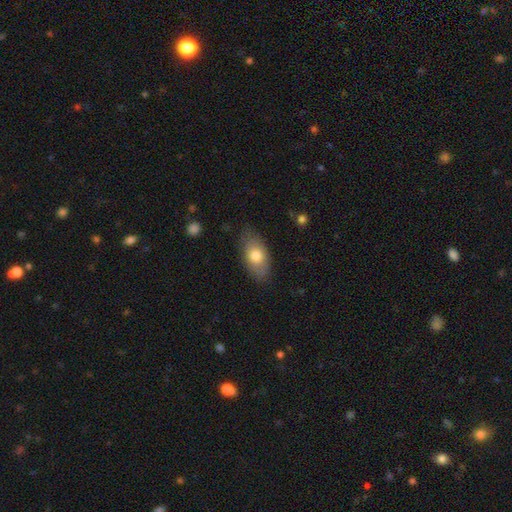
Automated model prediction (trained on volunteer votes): smooth-or-featured: smooth: 73% | featured or disk: 21% | star or artifact: 6%
  how-rounded: in between: 90% | round: 6% | cigar-shaped: 4%
  merging: none: 77% | minor disturbance: 18% | major disturbance: 4% | merger: 1%